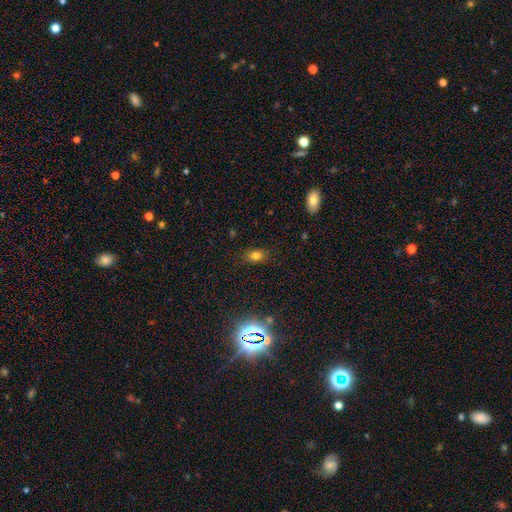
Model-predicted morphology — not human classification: type=smooth (75%); roundness=in between (75%); merging=none (83%).